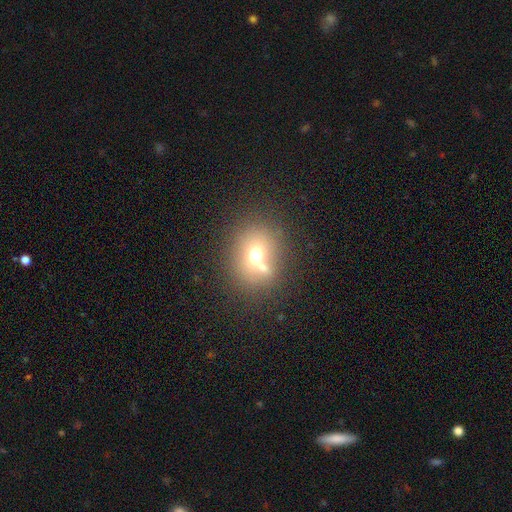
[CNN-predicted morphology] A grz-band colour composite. It shows a smooth galaxy with no disk features (63%) that is round (68%). Merging: none (50%).